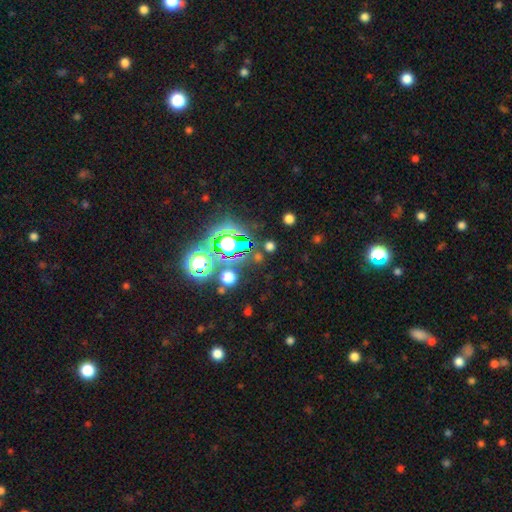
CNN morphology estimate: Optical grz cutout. It shows a star or artifact, not a galaxy (72%).